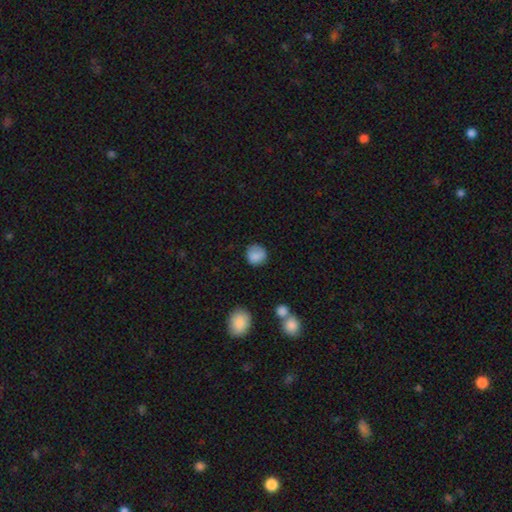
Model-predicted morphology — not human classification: smooth-or-featured: smooth: 85% | star or artifact: 8% | featured or disk: 7%
  how-rounded: round: 87% | in between: 12% | cigar-shaped: 1%
  merging: none: 78% | minor disturbance: 16% | major disturbance: 4% | merger: 2%